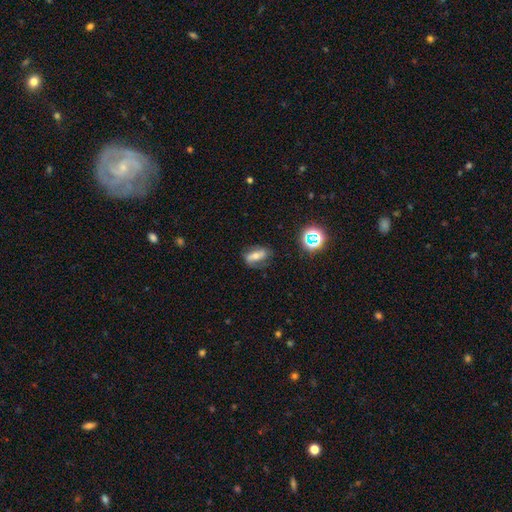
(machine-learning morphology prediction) featured or disk 46%, smooth 39%, star or artifact 15%. Down the decision tree: merging — none (69%).